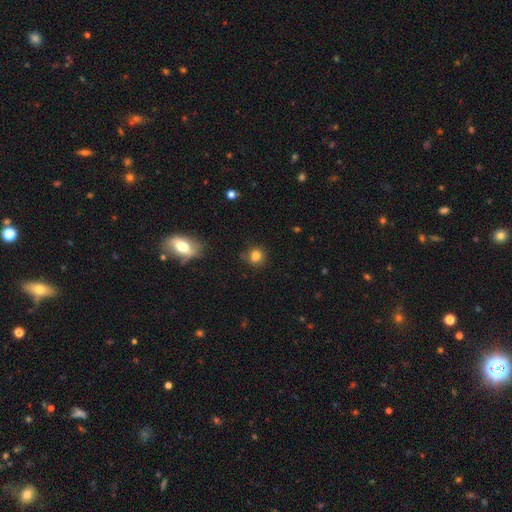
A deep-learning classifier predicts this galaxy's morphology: smooth-or-featured: smooth: 81% | star or artifact: 12% | featured or disk: 6%
  how-rounded: round: 79% | in between: 20% | cigar-shaped: 1%
  merging: none: 74% | minor disturbance: 17% | major disturbance: 5% | merger: 3%